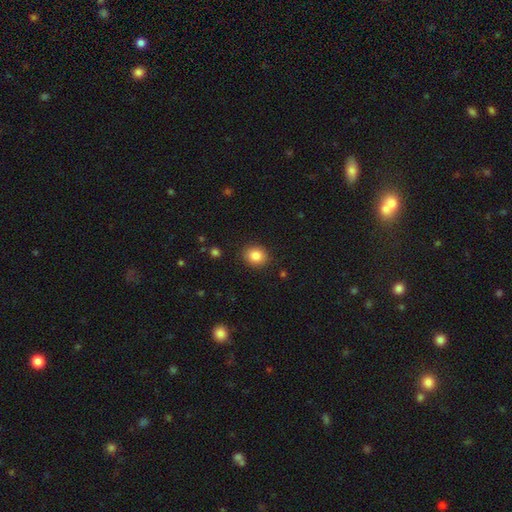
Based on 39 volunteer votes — smooth 87%, featured or disk 8%, star or artifact 5%. Down the decision tree: how rounded — round (74%); merging — none (95%).